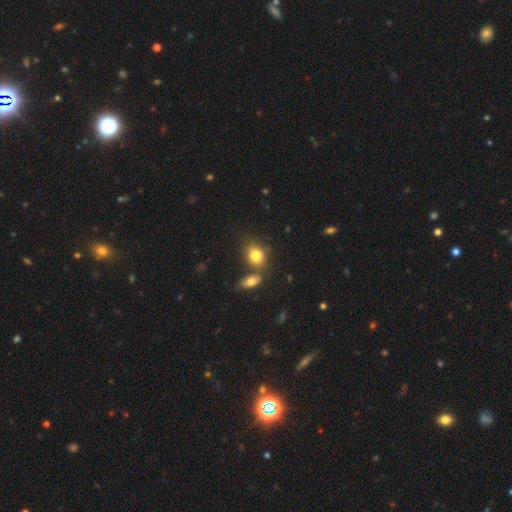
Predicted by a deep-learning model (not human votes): This appears to be a smooth galaxy with no disk features (81%) that is in between round and cigar-shaped (61%). Merging: none (55%).